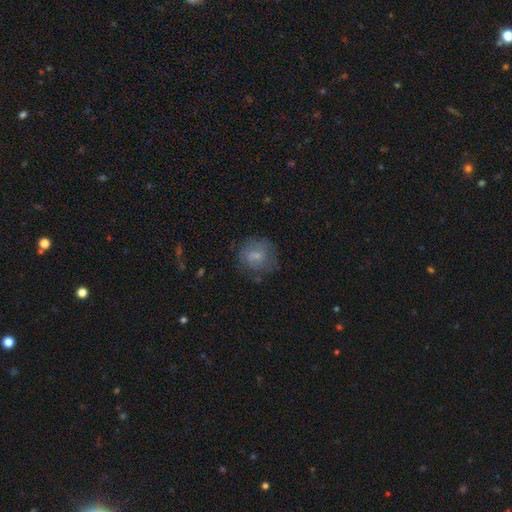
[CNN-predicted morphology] Smooth or featured?
  - smooth: 62% *
  - featured or disk: 30%
  - star or artifact: 9%
How rounded?
  - round: 77% *
  - in between: 22%
  - cigar-shaped: 1%
Merging?
  - none: 64% *
  - minor disturbance: 22%
  - major disturbance: 12%
  - merger: 2%